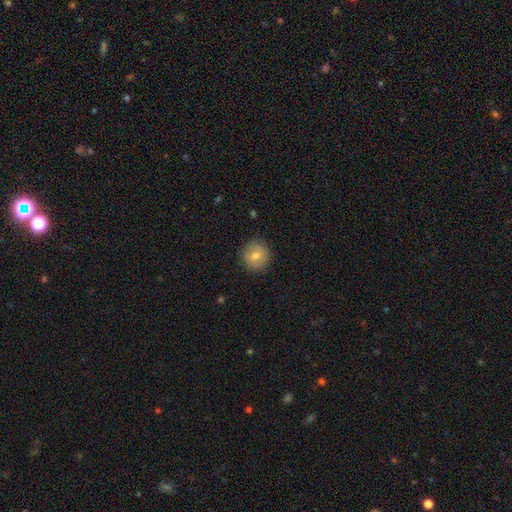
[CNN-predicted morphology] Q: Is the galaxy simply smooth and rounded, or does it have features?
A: smooth — 70%.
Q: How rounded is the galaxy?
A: round — 93%.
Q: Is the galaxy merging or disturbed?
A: none — 90%.